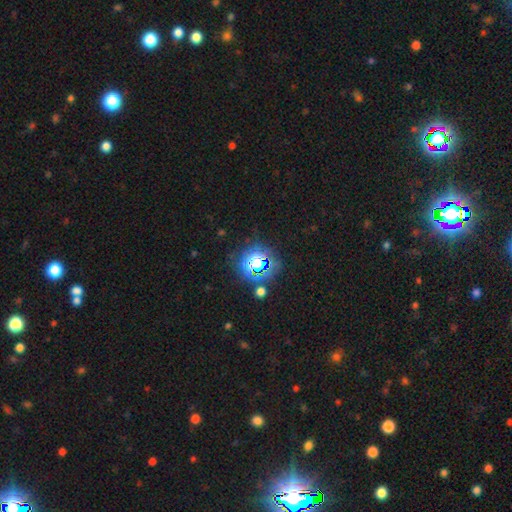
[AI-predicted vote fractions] Smooth or featured: star or artifact — 71% (smooth — 20%)